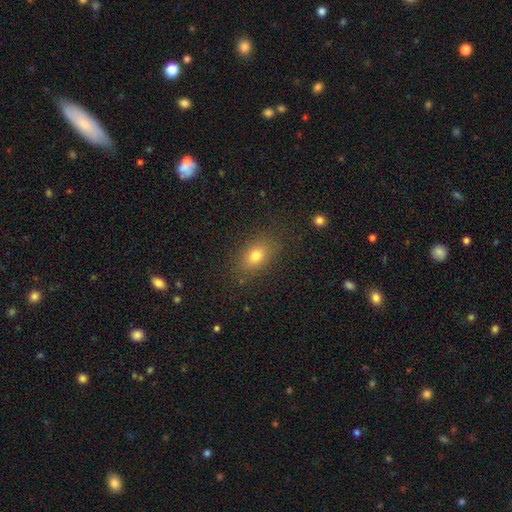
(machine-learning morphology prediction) smooth-or-featured: smooth: 77% | star or artifact: 12% | featured or disk: 11%
  how-rounded: in between: 79% | round: 17% | cigar-shaped: 3%
  merging: none: 83% | minor disturbance: 12% | major disturbance: 4% | merger: 1%